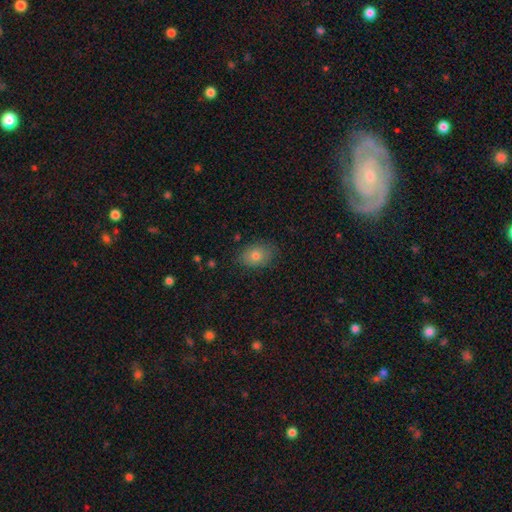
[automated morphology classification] Overall: smooth (77%). How rounded: in between (77%). Merging: none (83%).